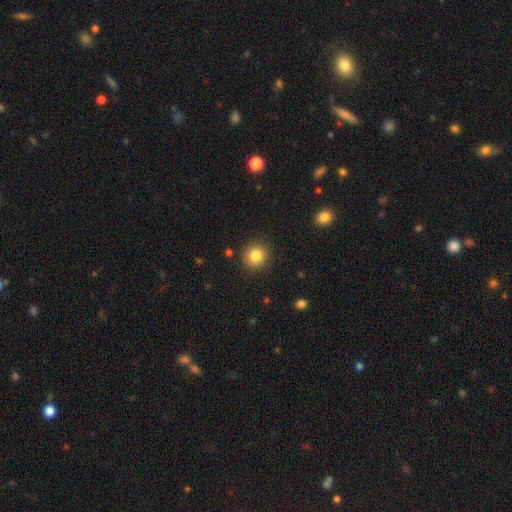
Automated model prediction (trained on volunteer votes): Smooth or featured: smooth — 84% (star or artifact — 10%)
How rounded: round — 89% (in between — 10%)
Merging: none — 90% (minor disturbance — 7%)